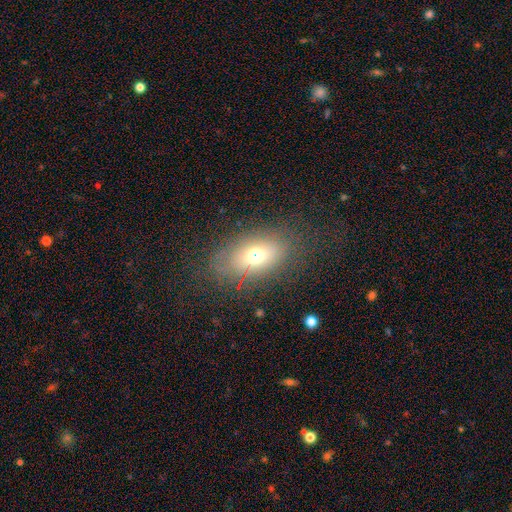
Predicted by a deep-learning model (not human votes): Overall: smooth (62%). How rounded: in between (82%). Merging: none (71%).